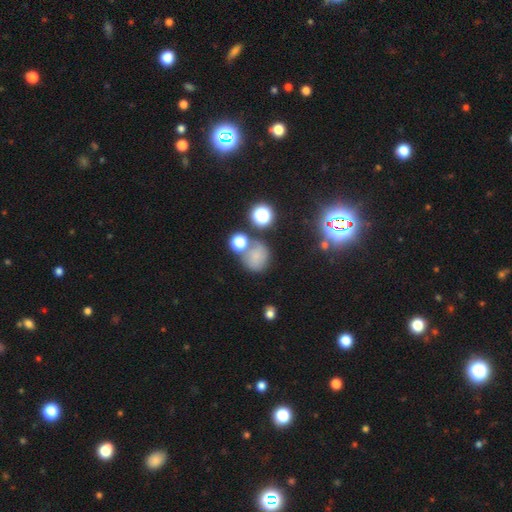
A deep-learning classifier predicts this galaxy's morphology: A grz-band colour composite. It shows a smooth galaxy with no disk features (67%) that is round (75%). Merging: none (52%).